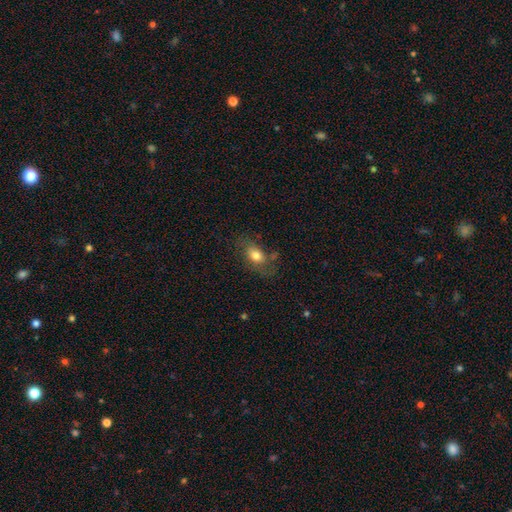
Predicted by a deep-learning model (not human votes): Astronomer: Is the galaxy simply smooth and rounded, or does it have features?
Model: smooth — 71%.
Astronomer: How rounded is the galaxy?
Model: in between — 81%.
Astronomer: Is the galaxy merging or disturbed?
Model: none — 57%.